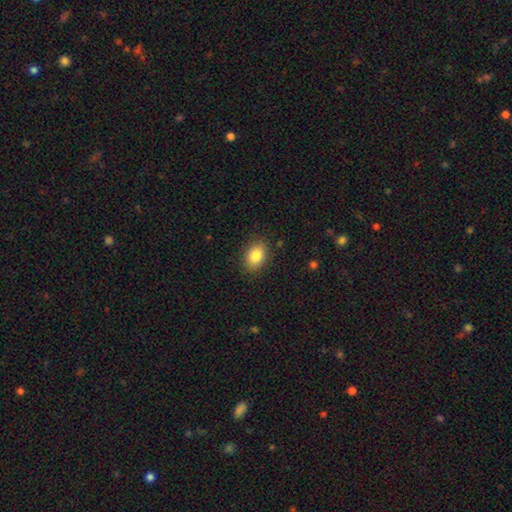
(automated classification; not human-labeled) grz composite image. It shows a smooth galaxy with no disk features (84%) that is in between round and cigar-shaped (78%). Merging: none (87%).